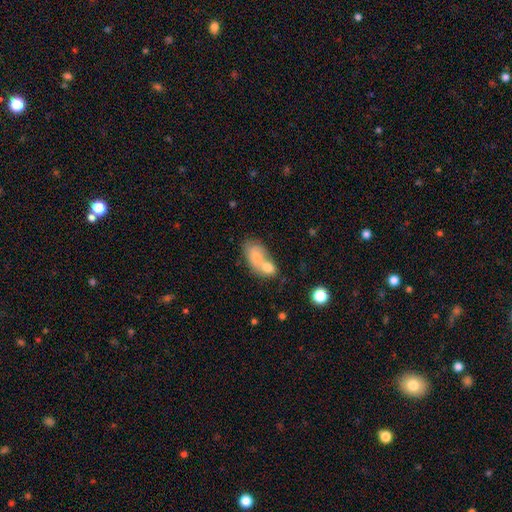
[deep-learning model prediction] Overall: smooth (71%). How rounded: in between (83%). Merging: merger (67%).